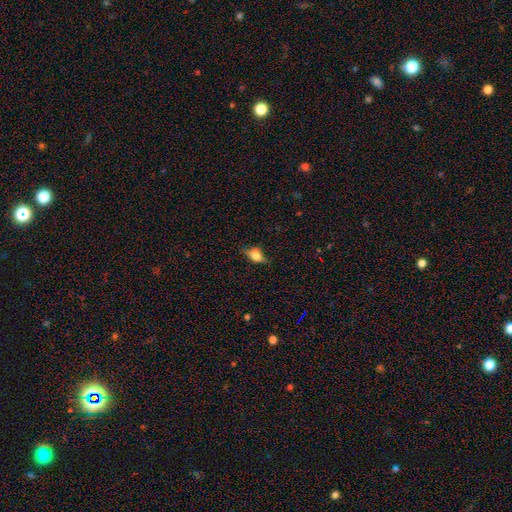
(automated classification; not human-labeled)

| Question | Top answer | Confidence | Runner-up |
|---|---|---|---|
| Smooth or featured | smooth | 64% | featured or disk (25%) |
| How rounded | in between | 78% | round (14%) |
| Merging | none | 66% | minor disturbance (25%) |